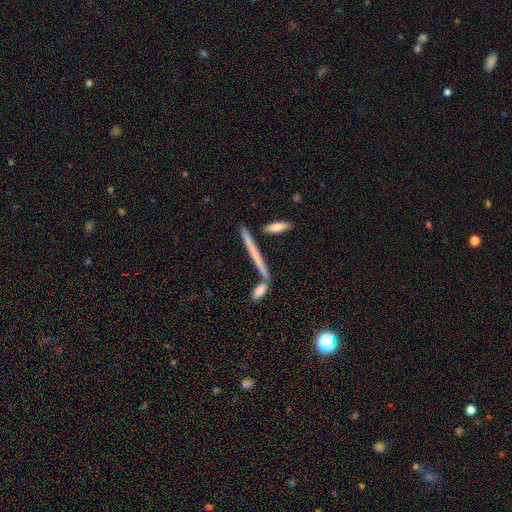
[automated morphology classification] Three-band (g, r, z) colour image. It shows a smooth galaxy with no disk features (49%). Merging: none (71%).